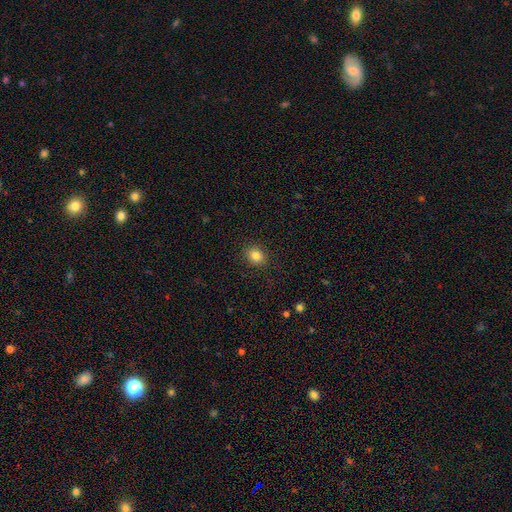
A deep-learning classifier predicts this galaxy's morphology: smooth_or_featured: smooth (p=0.84) [alt: star or artifact p=0.11]
how_rounded: round (p=0.62) [alt: in between p=0.37]
merging: none (p=0.89) [alt: minor disturbance p=0.08]